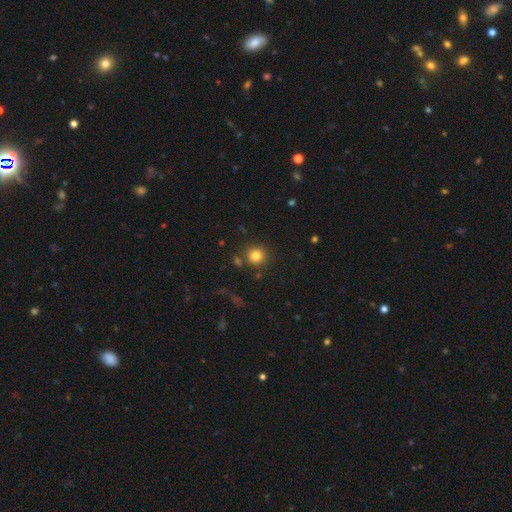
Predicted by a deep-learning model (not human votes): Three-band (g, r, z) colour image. It shows a smooth galaxy with no disk features (83%) that is round (92%). Merging: none (83%).